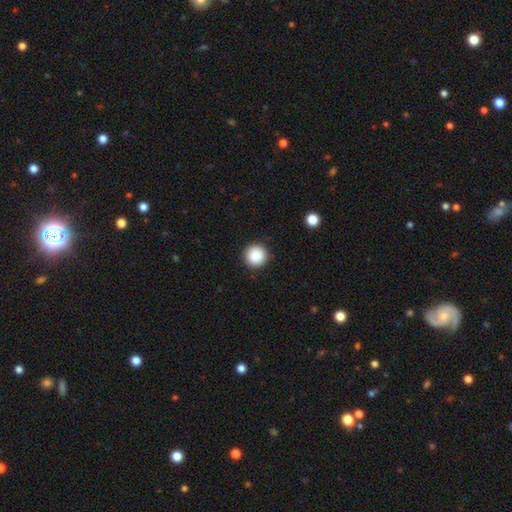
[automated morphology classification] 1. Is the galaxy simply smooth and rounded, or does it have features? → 88% smooth, 9% star or artifact, 3% featured or disk.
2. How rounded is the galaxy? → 96% round, 3% in between, 1% cigar-shaped.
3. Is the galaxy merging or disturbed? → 92% none, 5% minor disturbance, 2% major disturbance, 1% merger.